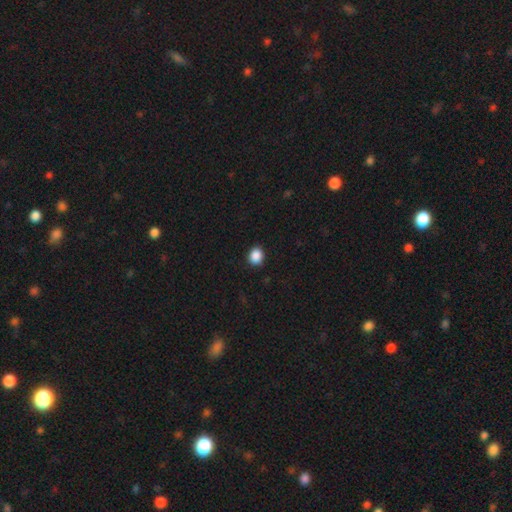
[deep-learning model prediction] Q: Smooth or featured?
A: smooth (89%); runner-up: star or artifact (9%)
Q: How rounded?
A: round (65%); runner-up: in between (34%)
Q: Merging?
A: none (90%); runner-up: minor disturbance (7%)